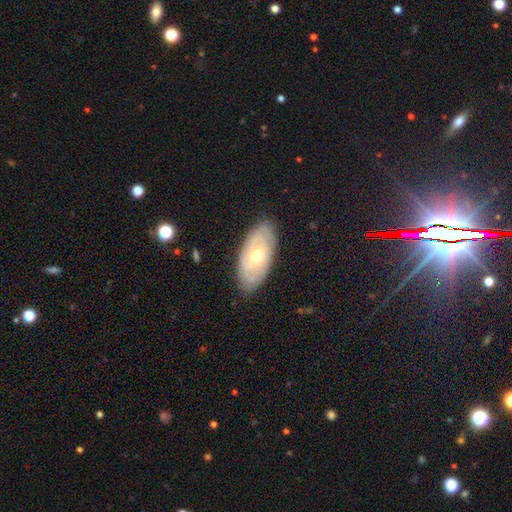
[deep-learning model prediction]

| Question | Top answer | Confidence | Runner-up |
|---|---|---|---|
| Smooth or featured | featured or disk | 73% | smooth (21%) |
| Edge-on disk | no | 91% | yes (9%) |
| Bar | no | 70% | weak (24%) |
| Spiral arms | yes | 85% | no (15%) |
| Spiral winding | tight | 72% | medium (22%) |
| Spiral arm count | can't tell | 45% | 2 (28%) |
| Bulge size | moderate | 53% | small (43%) |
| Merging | none | 84% | minor disturbance (12%) |